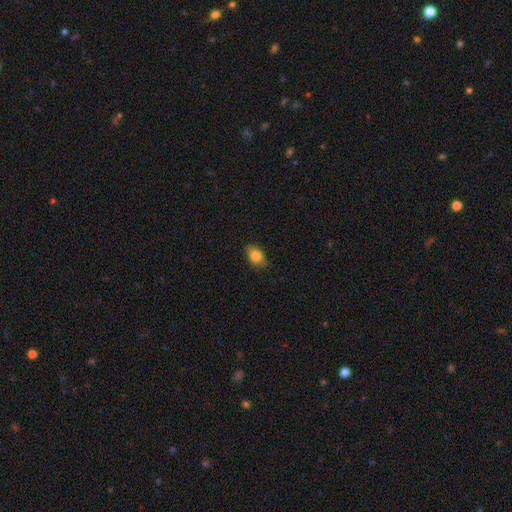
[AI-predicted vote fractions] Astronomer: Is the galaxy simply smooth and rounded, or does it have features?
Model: smooth — 84%.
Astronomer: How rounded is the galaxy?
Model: in between — 75%.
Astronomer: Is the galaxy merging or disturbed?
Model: none — 80%.